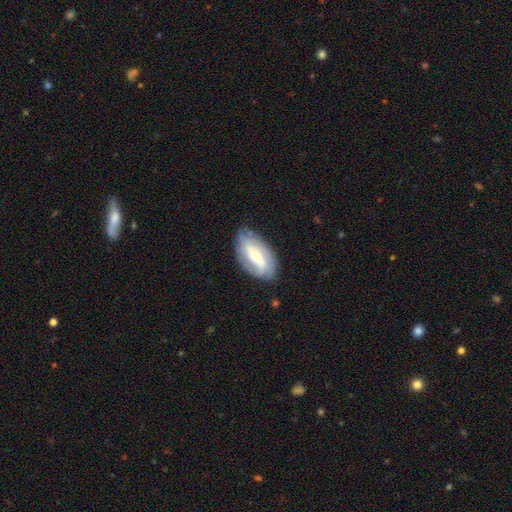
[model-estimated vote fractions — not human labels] Morphology: type=featured or disk (66%); edge-on=no (91%); bar=weak (38%); spiral arms=yes (76%); bulge=moderate (53%); merging=none (75%).